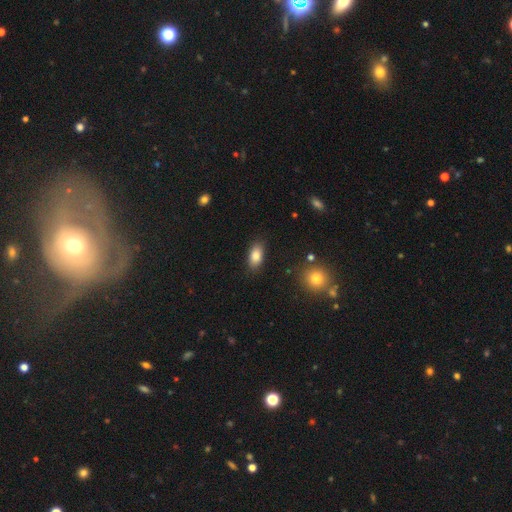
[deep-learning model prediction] Smooth or featured: smooth — 85% (star or artifact — 8%)
How rounded: in between — 90% (round — 5%)
Merging: none — 85% (minor disturbance — 11%)